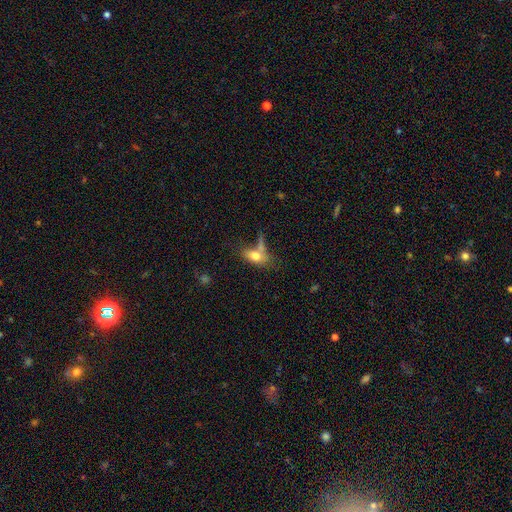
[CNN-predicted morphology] Smooth or featured: smooth — 72% (featured or disk — 19%)
How rounded: in between — 82% (round — 9%)
Merging: none — 40% (merger — 29%)